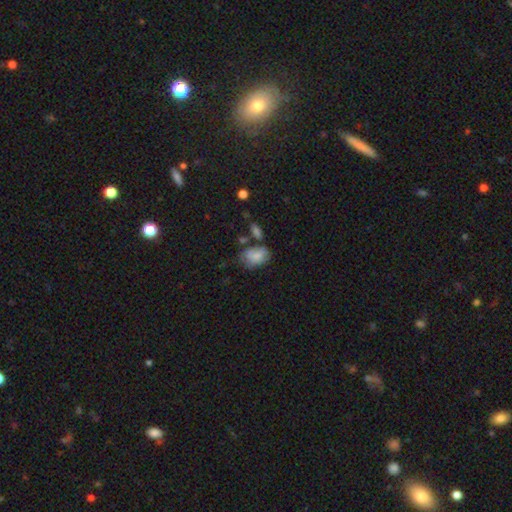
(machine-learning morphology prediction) smooth_or_featured: smooth (p=0.76) [alt: featured or disk p=0.16]
how_rounded: in between (p=0.82) [alt: round p=0.17]
merging: none (p=0.44) [alt: minor disturbance p=0.28]